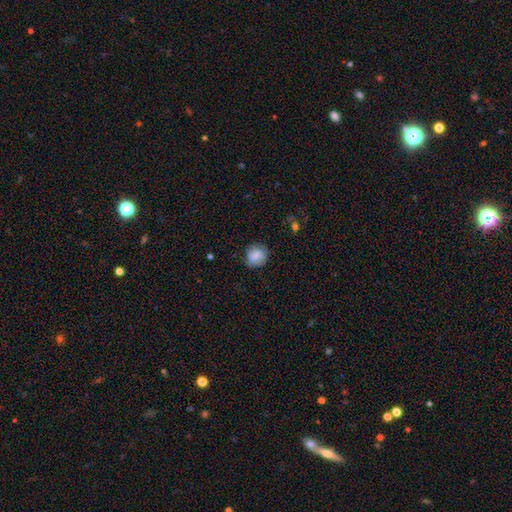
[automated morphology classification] Overall: smooth (81%). How rounded: round (80%). Merging: none (75%).